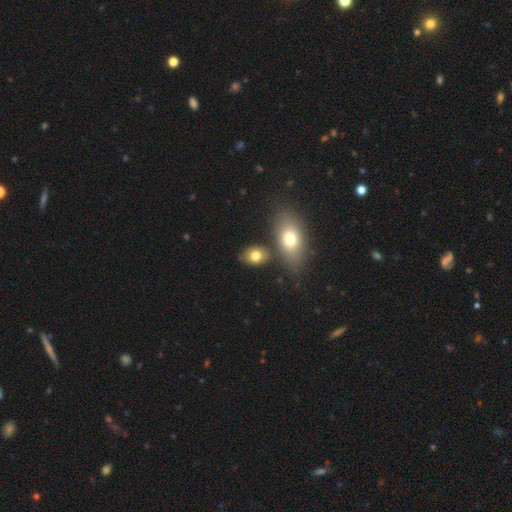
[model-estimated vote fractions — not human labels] Q: Smooth or featured?
A: smooth (77%); runner-up: featured or disk (14%)
Q: How rounded?
A: in between (73%); runner-up: round (25%)
Q: Merging?
A: none (70%); runner-up: merger (15%)